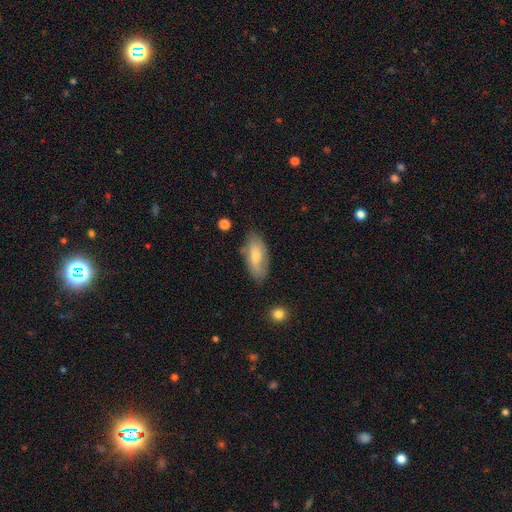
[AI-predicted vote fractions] Smooth or featured? Predicted: smooth (p=0.64). How rounded? Predicted: in between (p=0.89). Merging? Predicted: none (p=0.68).